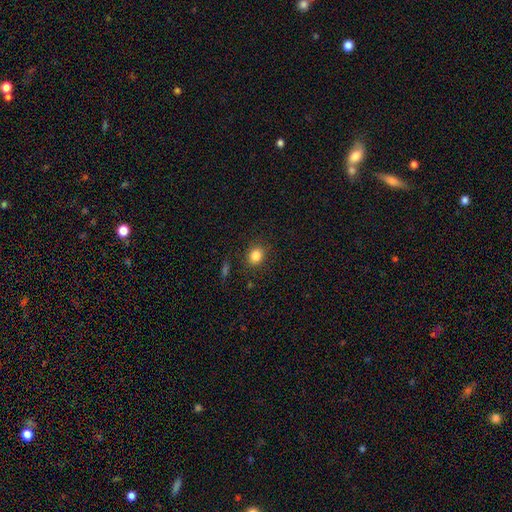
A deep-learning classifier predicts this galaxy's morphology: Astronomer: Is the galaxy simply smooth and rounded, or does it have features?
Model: smooth — 84%.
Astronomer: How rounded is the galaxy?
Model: round — 62% (runner-up: in between, 37%).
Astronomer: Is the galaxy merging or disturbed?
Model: none — 86%.